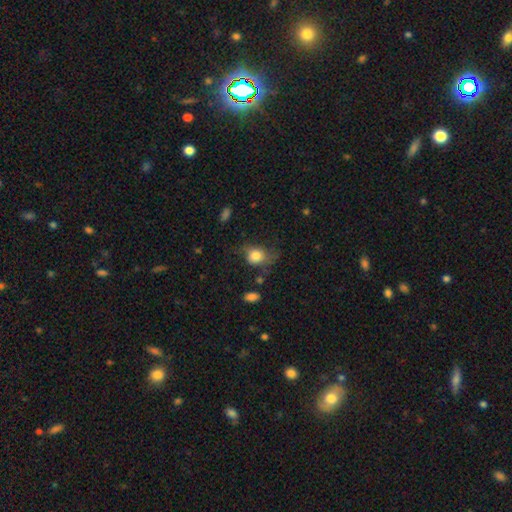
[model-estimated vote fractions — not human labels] This appears to be a smooth galaxy with no disk features (77%) that is round (51%). Merging: none (43%).